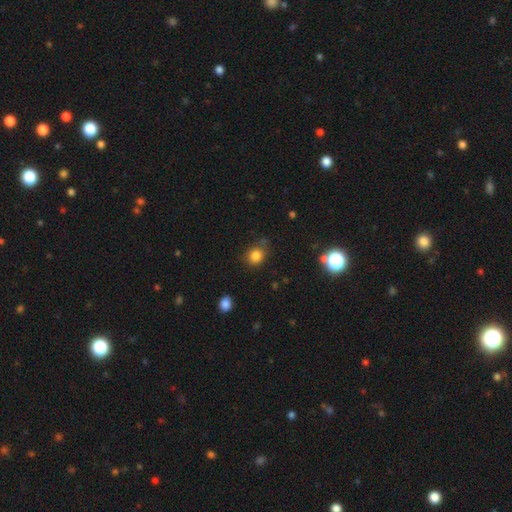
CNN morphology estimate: The model was most divided on "how rounded": round: 74%, in between: 25%, cigar-shaped: 1%. More confident: smooth or featured — smooth (82%); merging — none (71%).